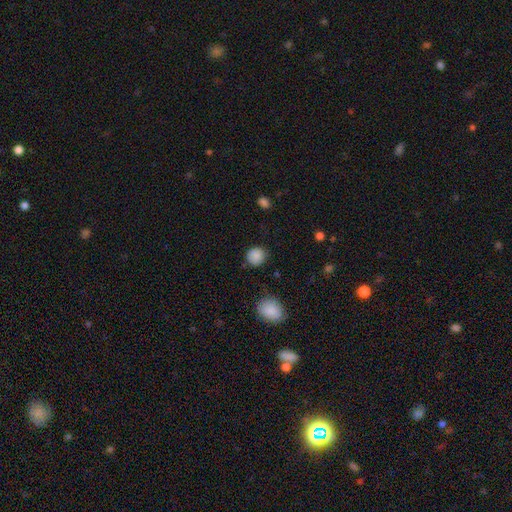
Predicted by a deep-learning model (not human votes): Smooth or featured? Predicted: smooth (p=0.87). How rounded? Predicted: round (p=0.84). Merging? Predicted: none (p=0.81).